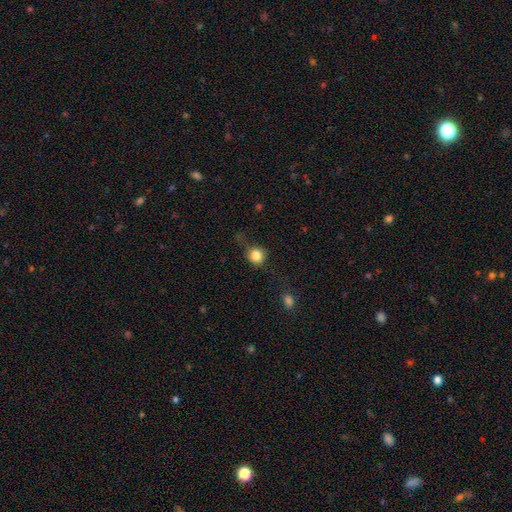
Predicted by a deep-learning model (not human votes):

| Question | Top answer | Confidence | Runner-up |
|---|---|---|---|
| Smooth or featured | smooth | 80% | star or artifact (11%) |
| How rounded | round | 88% | in between (11%) |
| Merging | none | 63% | minor disturbance (22%) |